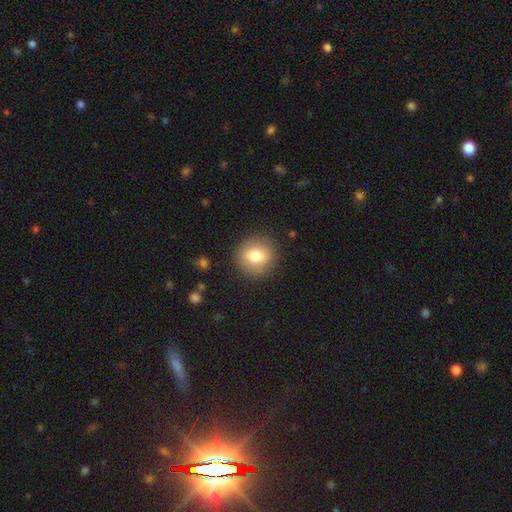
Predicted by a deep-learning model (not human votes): Q: Smooth or featured?
A: smooth (78%); runner-up: featured or disk (13%)
Q: How rounded?
A: round (89%); runner-up: in between (10%)
Q: Merging?
A: none (87%); runner-up: minor disturbance (9%)